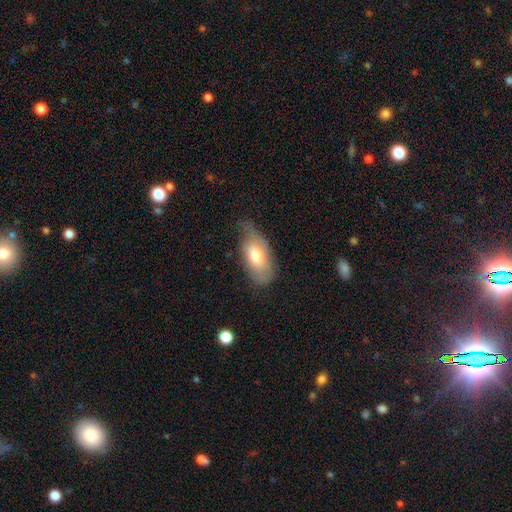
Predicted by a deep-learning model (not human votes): smooth 68%, featured or disk 26%, star or artifact 6%. Down the decision tree: how rounded — in between (90%); merging — minor disturbance (41%).